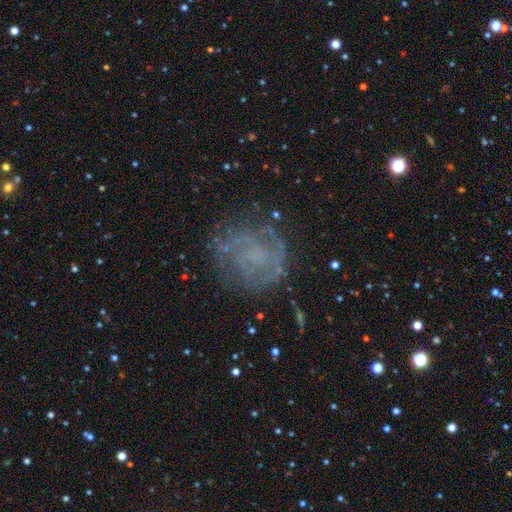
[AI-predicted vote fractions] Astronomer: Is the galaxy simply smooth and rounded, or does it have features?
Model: featured or disk — 65%.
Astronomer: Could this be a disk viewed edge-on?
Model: no — 97%.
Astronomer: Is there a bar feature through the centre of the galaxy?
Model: no — 71%.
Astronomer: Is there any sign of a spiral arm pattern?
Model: yes — 78%.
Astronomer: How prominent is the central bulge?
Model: none — 62%.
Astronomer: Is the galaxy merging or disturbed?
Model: none — 72%.